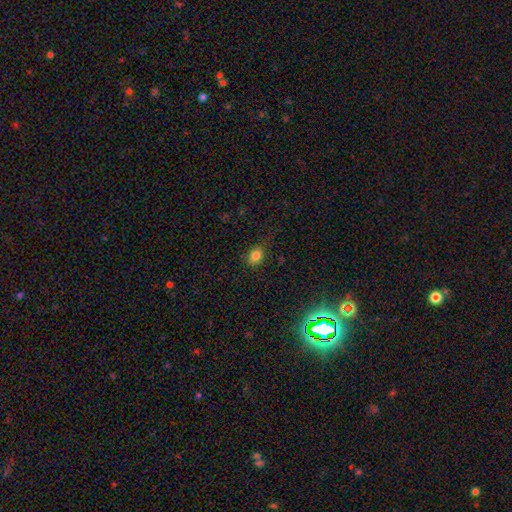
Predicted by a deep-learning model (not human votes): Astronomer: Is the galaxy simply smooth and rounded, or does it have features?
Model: smooth — 81%.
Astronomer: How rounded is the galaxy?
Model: in between — 61% (runner-up: round, 38%).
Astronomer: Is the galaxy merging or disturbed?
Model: none — 82%.